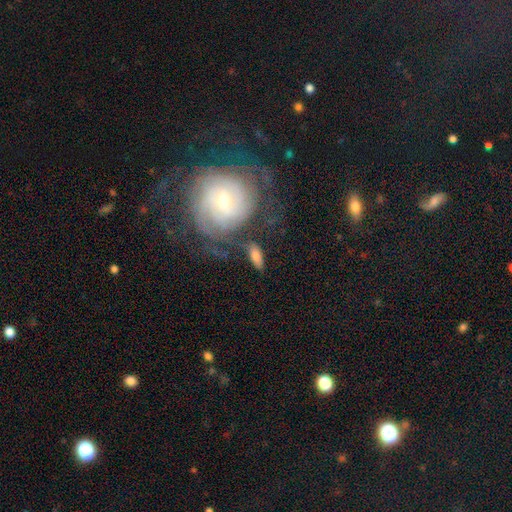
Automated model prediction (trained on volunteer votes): Overall: smooth (67%). How rounded: in between (73%). Merging: none (60%).